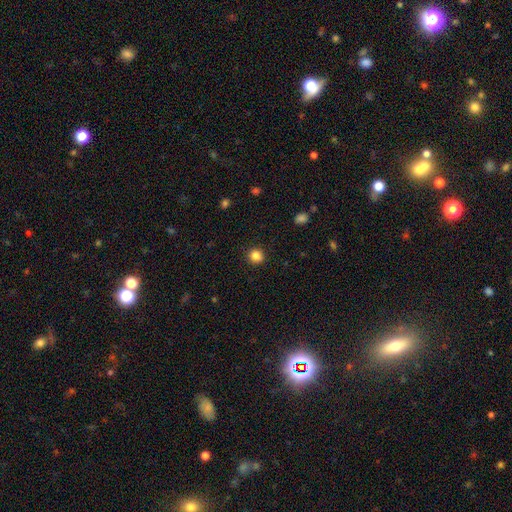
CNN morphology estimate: smooth-or-featured: smooth: 85% | star or artifact: 11% | featured or disk: 4%
  how-rounded: round: 91% | in between: 8% | cigar-shaped: 1%
  merging: none: 92% | minor disturbance: 5% | major disturbance: 2% | merger: 1%